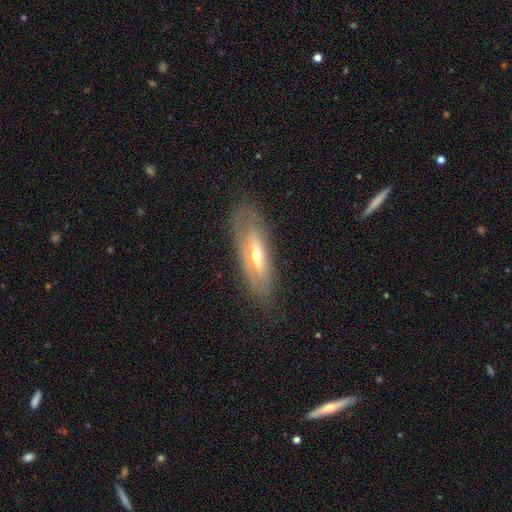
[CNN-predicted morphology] Q: Smooth or featured?
A: featured or disk (59%); runner-up: smooth (34%)
Q: Edge-on disk?
A: no (51%); runner-up: yes (49%)
Q: Merging?
A: none (76%); runner-up: minor disturbance (17%)